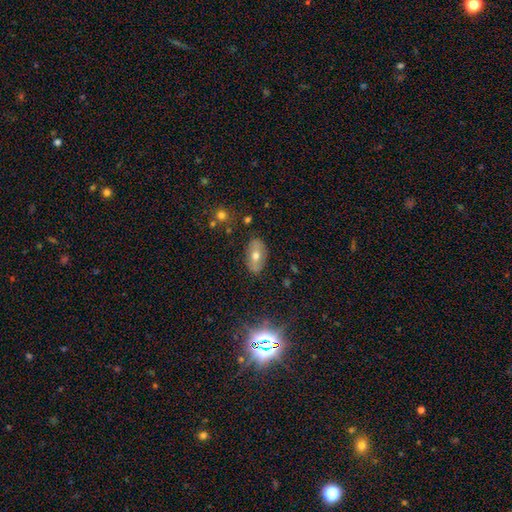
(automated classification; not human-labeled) This is possibly a smooth galaxy (45%). Merging: clearly none (83%).